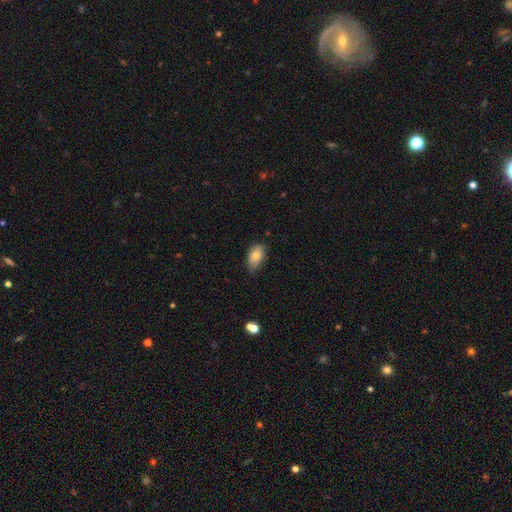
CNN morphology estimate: type=smooth (79%); roundness=in between (90%); merging=none (73%).